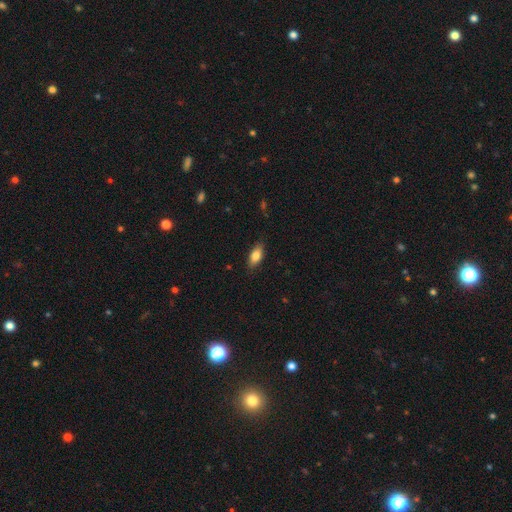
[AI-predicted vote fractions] A smooth galaxy with no disk features (80%) that is in between round and cigar-shaped (84%).

Vote fractions:
- Smooth or featured? smooth: 80% / featured or disk: 13% / star or artifact: 7%
- How rounded? in between: 84% / cigar-shaped: 13% / round: 3%
- Merging? none: 84% / minor disturbance: 13% / major disturbance: 3% / merger: 1%